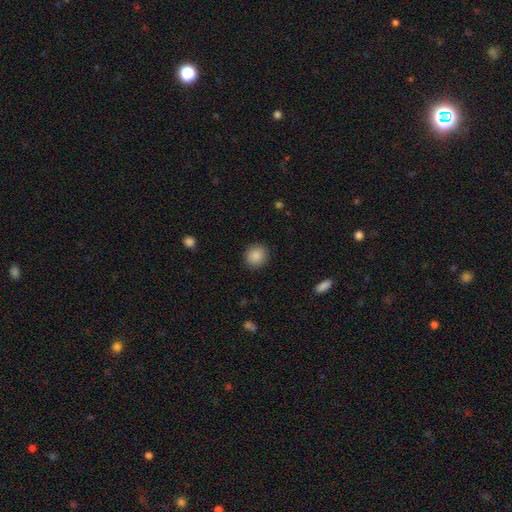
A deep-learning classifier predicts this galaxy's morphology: Smooth or featured?
  - smooth: 87% *
  - star or artifact: 9%
  - featured or disk: 4%
How rounded?
  - round: 83% *
  - in between: 16%
  - cigar-shaped: 1%
Merging?
  - none: 90% *
  - minor disturbance: 6%
  - major disturbance: 2%
  - merger: 1%